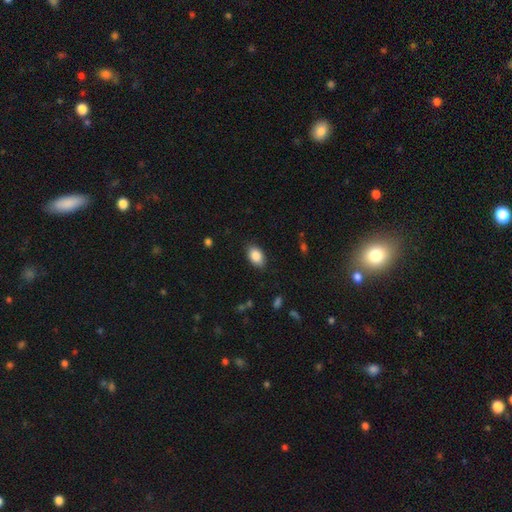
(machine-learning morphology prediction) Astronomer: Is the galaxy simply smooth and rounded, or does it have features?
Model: smooth — 87%.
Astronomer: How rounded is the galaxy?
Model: in between — 90%.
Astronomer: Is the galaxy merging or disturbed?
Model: none — 85%.